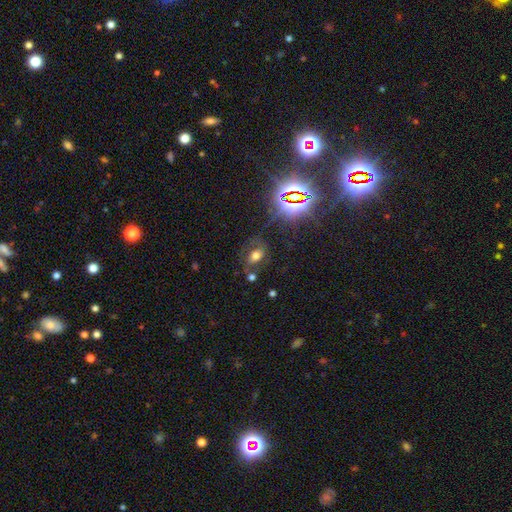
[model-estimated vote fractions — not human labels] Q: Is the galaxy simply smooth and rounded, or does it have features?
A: smooth — 49%.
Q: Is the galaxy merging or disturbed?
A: none — 63%.